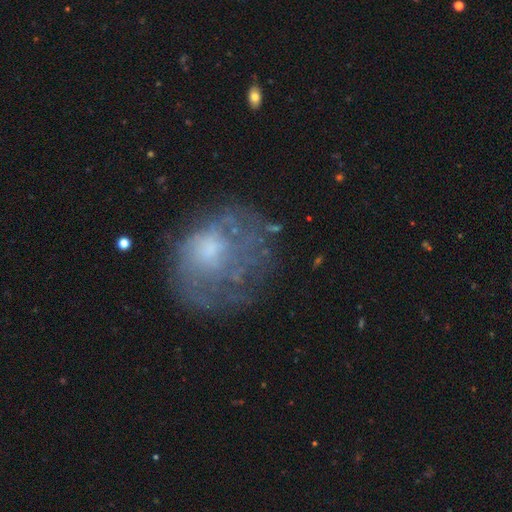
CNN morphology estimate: Overall: featured or disk (52%; smooth 34%). Edge-on disk: no (97%). Bar: no (84%). Spiral arms: no (63%; yes 37%). Bulge size: moderate (41%; small 38%). Merging: none (58%; minor disturbance 20%).